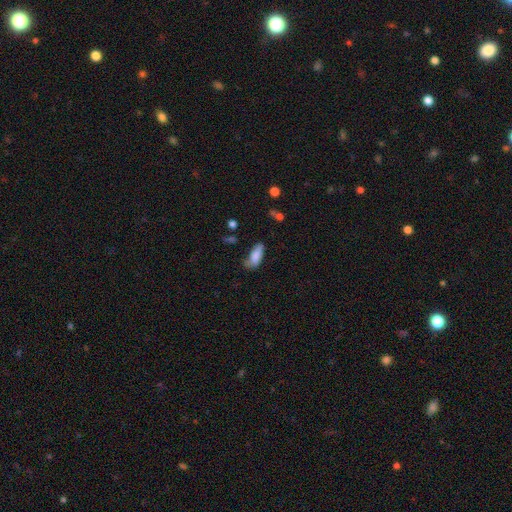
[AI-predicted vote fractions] Smooth or featured? Predicted: smooth (p=0.82). How rounded? Predicted: in between (p=0.81). Merging? Predicted: none (p=0.51).